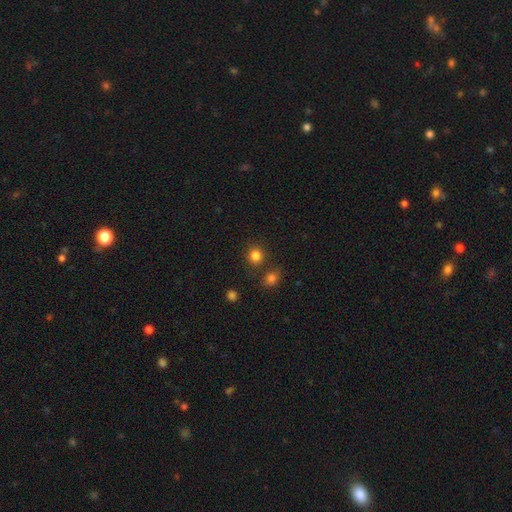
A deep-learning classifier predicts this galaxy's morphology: Overall: smooth (82%). How rounded: round (88%). Merging: none (80%).